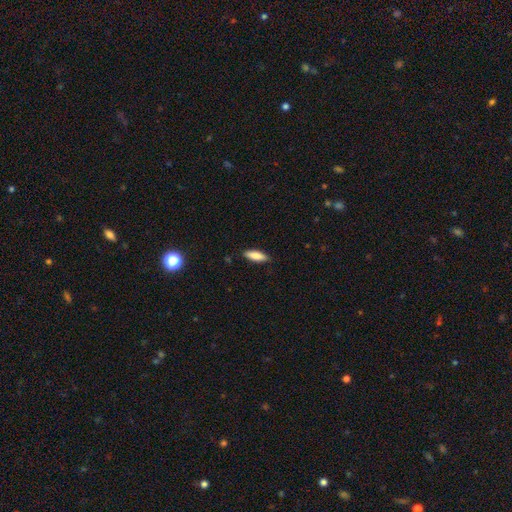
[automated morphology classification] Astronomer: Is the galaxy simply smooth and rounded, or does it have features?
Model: smooth — 84%.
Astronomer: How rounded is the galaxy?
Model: in between — 56% (runner-up: cigar-shaped, 42%).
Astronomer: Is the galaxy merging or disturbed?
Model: none — 87%.